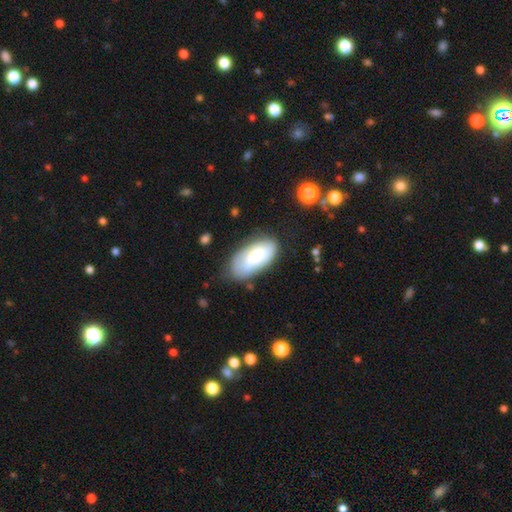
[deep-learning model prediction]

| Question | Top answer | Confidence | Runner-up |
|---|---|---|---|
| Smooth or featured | smooth | 71% | featured or disk (22%) |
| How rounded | in between | 93% | cigar-shaped (5%) |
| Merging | none | 63% | minor disturbance (25%) |